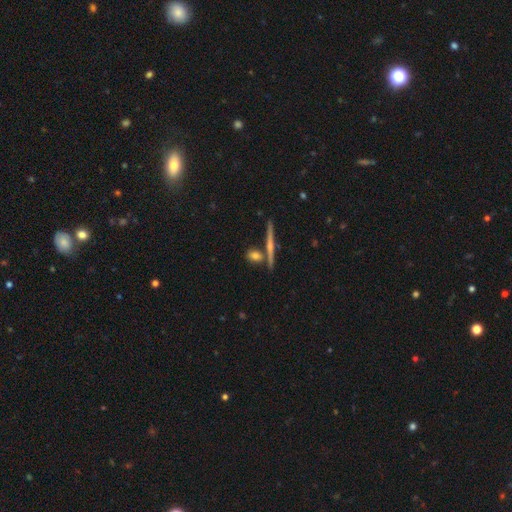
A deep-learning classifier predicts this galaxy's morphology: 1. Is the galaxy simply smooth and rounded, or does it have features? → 56% smooth, 35% featured or disk, 9% star or artifact.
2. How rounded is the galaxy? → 37% cigar-shaped, 33% round, 30% in between.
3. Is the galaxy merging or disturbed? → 71% none, 16% merger, 10% minor disturbance, 3% major disturbance.